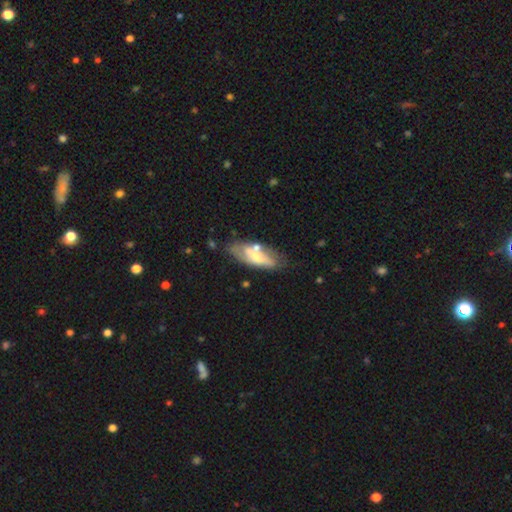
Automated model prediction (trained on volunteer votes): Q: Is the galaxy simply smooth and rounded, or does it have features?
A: smooth — 47%.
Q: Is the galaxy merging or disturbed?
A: none — 59%.